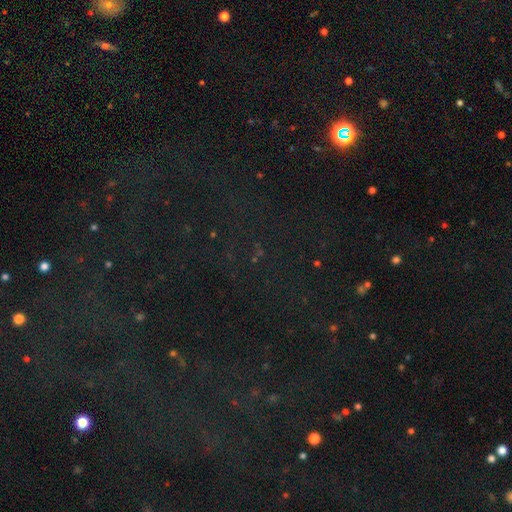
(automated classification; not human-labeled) A star or artifact, not a galaxy (78%).